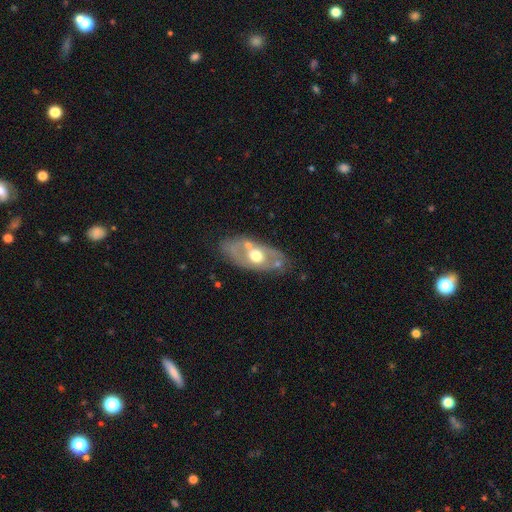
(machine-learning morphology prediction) Smooth or featured?
  - featured or disk: 61% *
  - smooth: 34%
  - star or artifact: 6%
Edge-on disk?
  - no: 85% *
  - yes: 15%
Bar?
  - no: 85% *
  - weak: 12%
  - strong: 4%
Spiral arms?
  - no: 78% *
  - yes: 22%
Bulge size?
  - moderate: 71% *
  - large: 20%
  - small: 7%
  - dominant: 1%
  - none: 1%
Merging?
  - none: 68% *
  - minor disturbance: 18%
  - merger: 7%
  - major disturbance: 6%